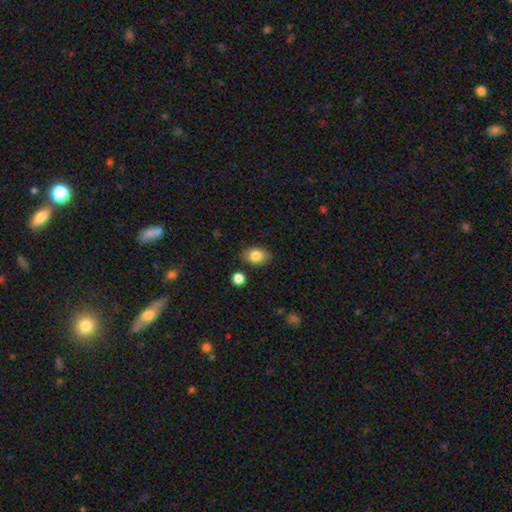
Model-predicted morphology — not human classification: Smooth or featured? smooth (83%)
How rounded? in between (76%)
Merging? none (82%)